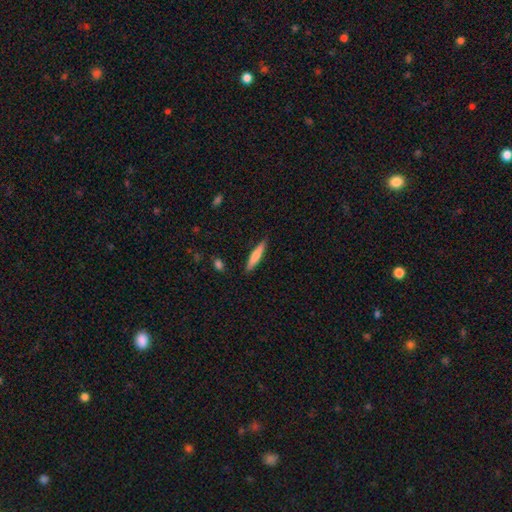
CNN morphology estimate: Overall: smooth (73%). How rounded: cigar-shaped (89%). Merging: none (88%).